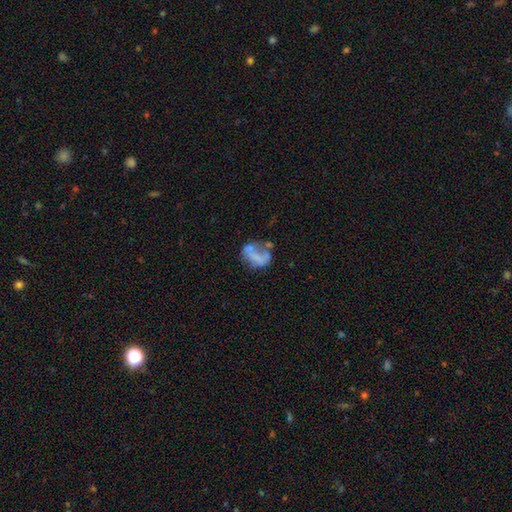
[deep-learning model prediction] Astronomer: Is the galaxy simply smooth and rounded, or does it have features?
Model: smooth — 46% (runner-up: featured or disk, 42%).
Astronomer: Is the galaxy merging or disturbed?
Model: none — 33% (runner-up: major disturbance, 28%).